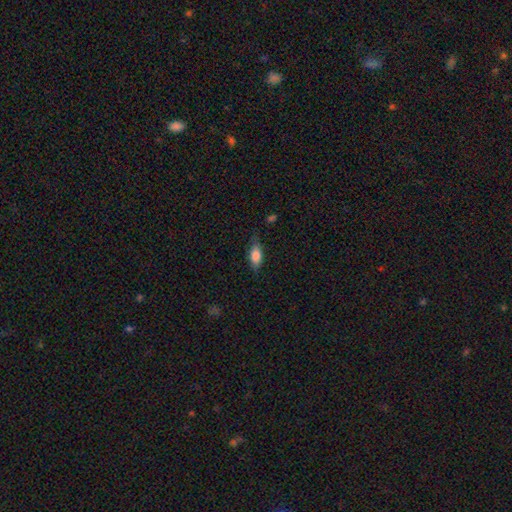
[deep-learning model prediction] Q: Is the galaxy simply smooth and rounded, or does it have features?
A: smooth — 79%.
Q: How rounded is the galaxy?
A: in between — 81%.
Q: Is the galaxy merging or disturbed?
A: none — 73%.